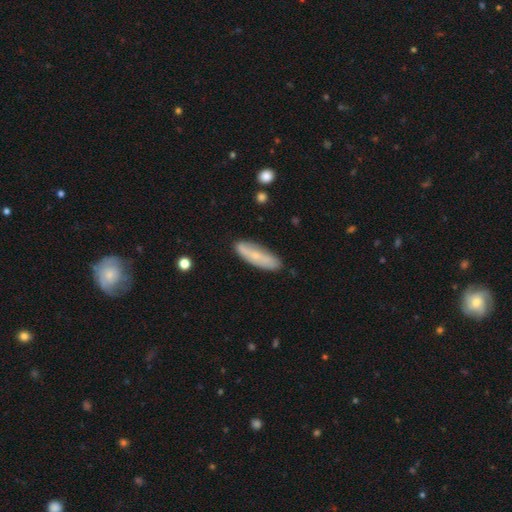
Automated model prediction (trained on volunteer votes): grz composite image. It shows a smooth galaxy with no disk features (55%) that is cigar-shaped (56%). Merging: none (82%).